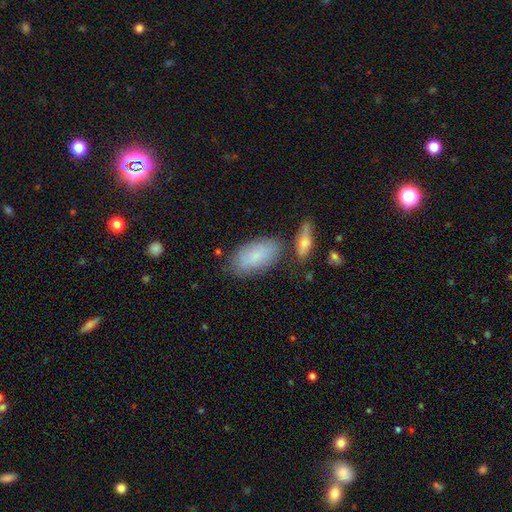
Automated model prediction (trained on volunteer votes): The model was most divided on "merging": none: 69%, minor disturbance: 18%, merger: 9%, major disturbance: 5%. More confident: how rounded — in between (93%); smooth or featured — smooth (79%).